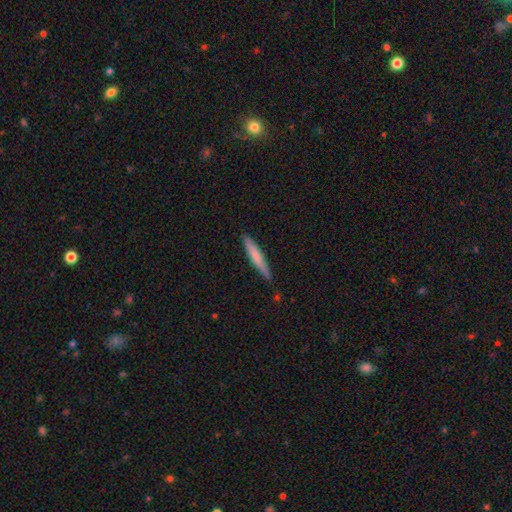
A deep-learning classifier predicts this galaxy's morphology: Smooth or featured? smooth (68%)
How rounded? cigar-shaped (94%)
Merging? none (83%)